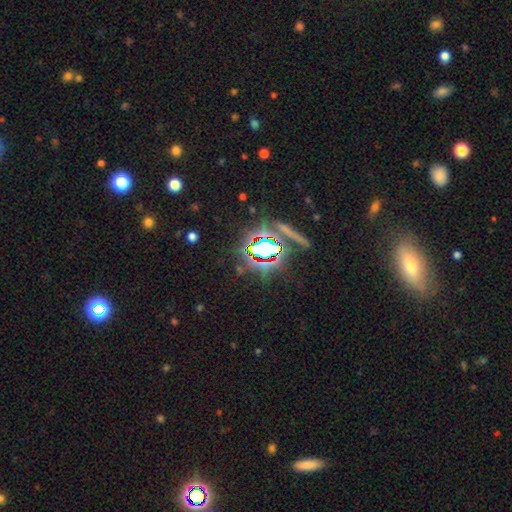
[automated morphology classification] Smooth or featured? star or artifact (70%)